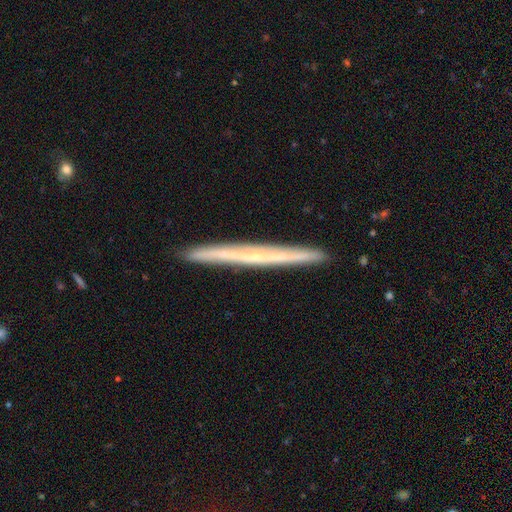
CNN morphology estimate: Overall: featured or disk (62%; smooth 32%). Edge-on disk: yes (97%). Edge-on bulge: none (76%). Merging: none (92%).